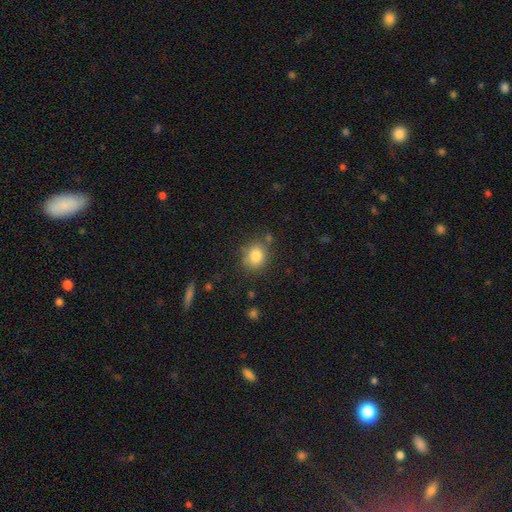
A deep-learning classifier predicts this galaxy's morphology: Overall: smooth (83%). How rounded: round (70%). Merging: none (74%).